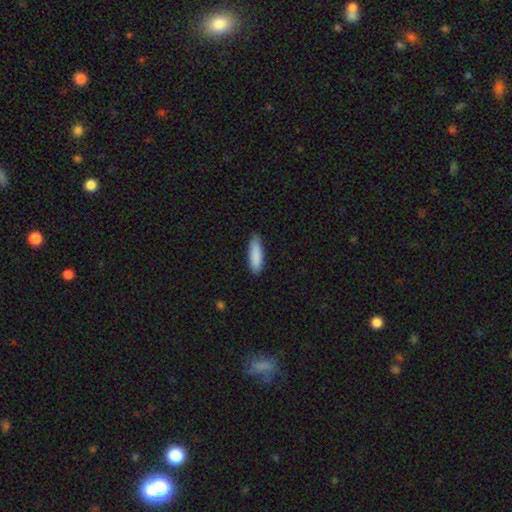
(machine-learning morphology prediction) This is clearly a smooth galaxy (89%). How rounded: possibly cigar-shaped (53%). Merging: clearly none (83%).